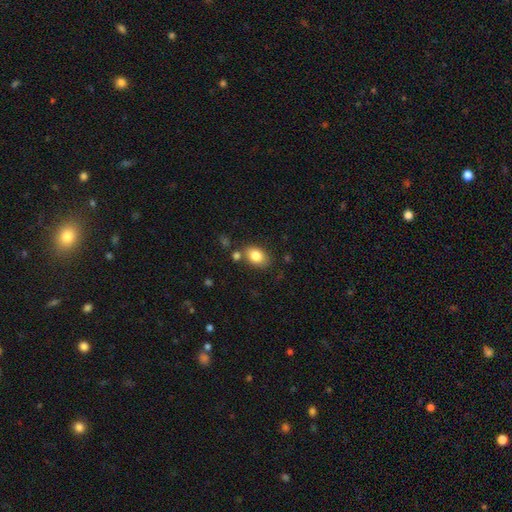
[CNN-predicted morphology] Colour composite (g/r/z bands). It shows a smooth galaxy with no disk features (82%) that is in between round and cigar-shaped (79%). Merging: none (74%).